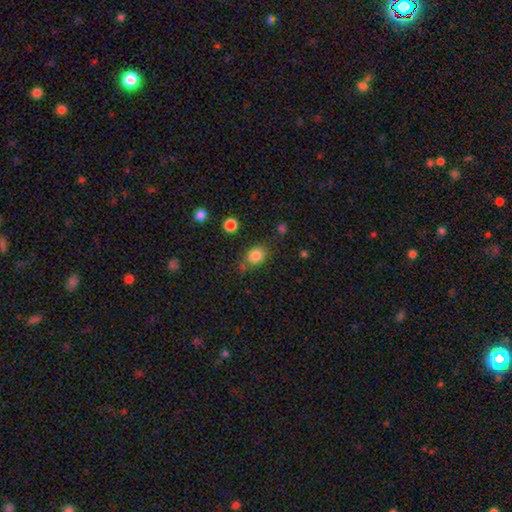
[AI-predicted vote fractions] smooth-or-featured: smooth: 84% | star or artifact: 10% | featured or disk: 5%
  how-rounded: round: 51% | in between: 47% | cigar-shaped: 1%
  merging: none: 69% | minor disturbance: 19% | merger: 6% | major disturbance: 6%